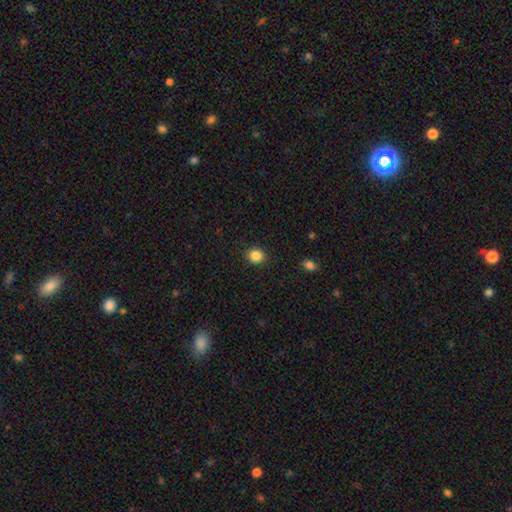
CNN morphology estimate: A smooth galaxy with no disk features (86%) that is round (81%). Merging: none (90%).